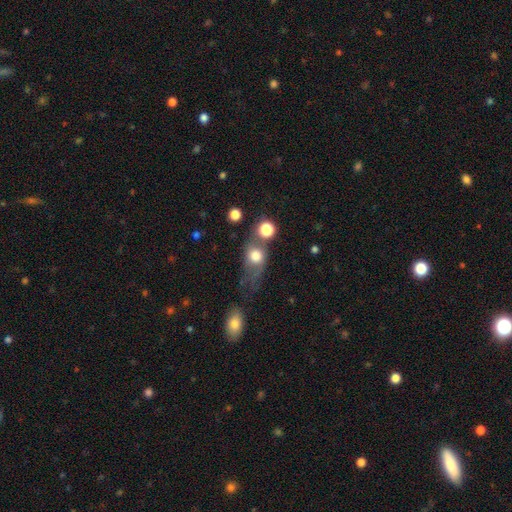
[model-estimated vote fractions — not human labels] Smooth or featured?
  - smooth: 69% *
  - featured or disk: 20%
  - star or artifact: 11%
How rounded?
  - round: 54% *
  - in between: 42%
  - cigar-shaped: 4%
Merging?
  - none: 36% *
  - merger: 23%
  - major disturbance: 21%
  - minor disturbance: 20%